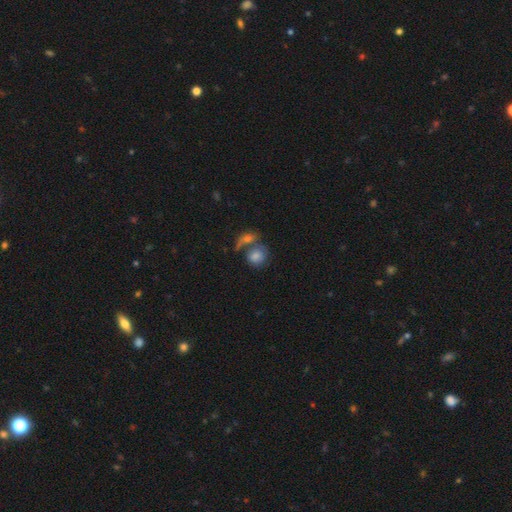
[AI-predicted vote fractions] Q: Smooth or featured?
A: smooth (71%); runner-up: featured or disk (19%)
Q: How rounded?
A: round (66%); runner-up: in between (31%)
Q: Merging?
A: merger (44%); runner-up: none (37%)